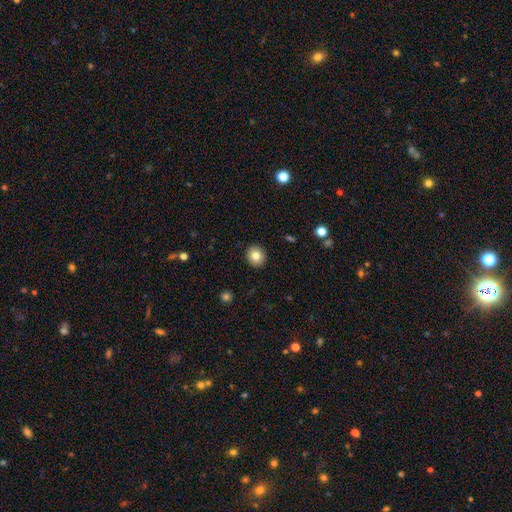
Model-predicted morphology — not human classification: Smooth or featured? smooth (81%)
How rounded? round (85%)
Merging? none (92%)